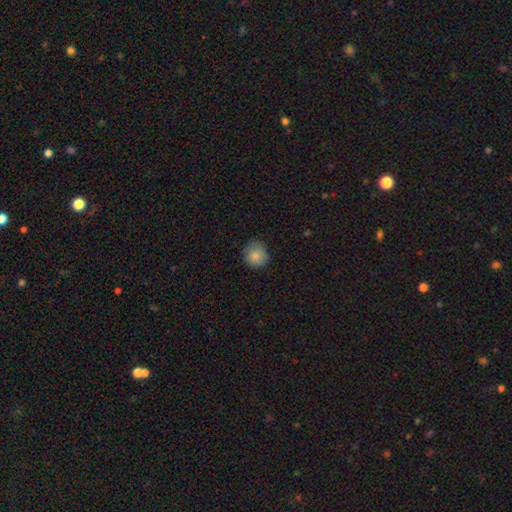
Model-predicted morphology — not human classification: Smooth or featured: smooth — 85% (star or artifact — 9%)
How rounded: round — 84% (in between — 15%)
Merging: none — 76% (minor disturbance — 19%)